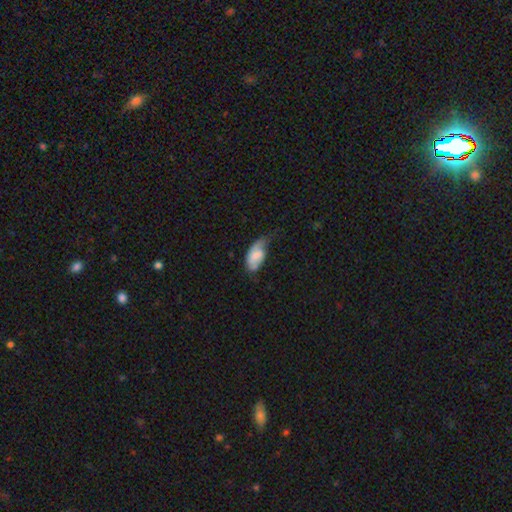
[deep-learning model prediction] This is likely a smooth galaxy (68%). How rounded: clearly in between (93%). Merging: marginally minor disturbance (41%).